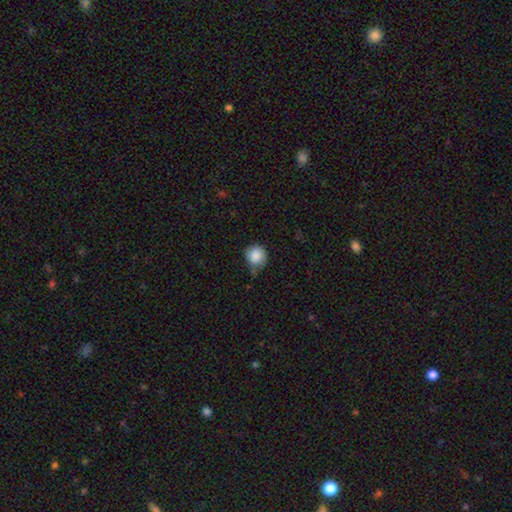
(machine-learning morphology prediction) Smooth or featured? smooth (85%)
How rounded? round (87%)
Merging? none (59%)